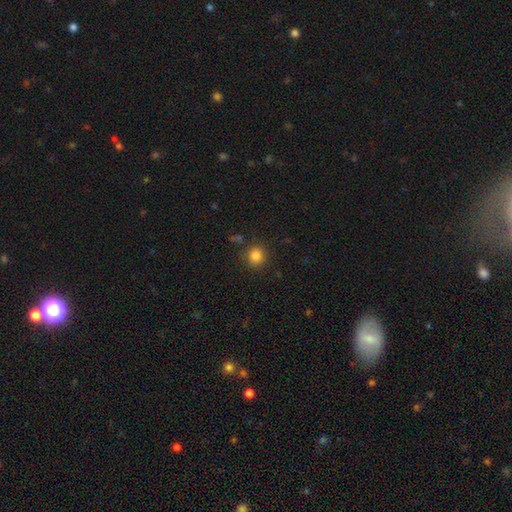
Volunteers were most divided on "merging": none: 81%, minor disturbance: 14%, major disturbance: 6%, merger: 0%. More confident: how rounded — round (94%); smooth or featured — smooth (85%).